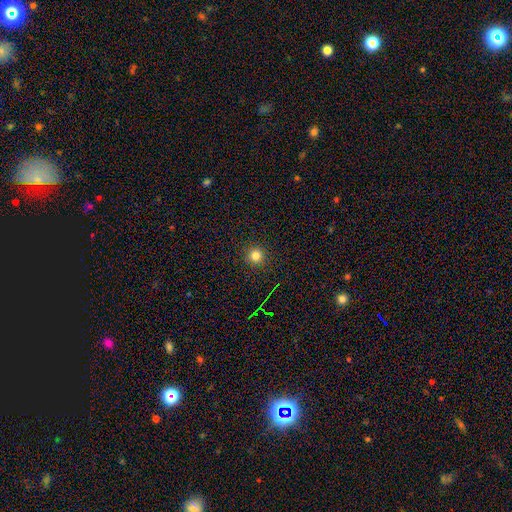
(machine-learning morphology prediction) smooth-or-featured: smooth: 79% | star or artifact: 15% | featured or disk: 6%
  how-rounded: round: 95% | in between: 4% | cigar-shaped: 1%
  merging: none: 92% | minor disturbance: 5% | major disturbance: 2% | merger: 1%